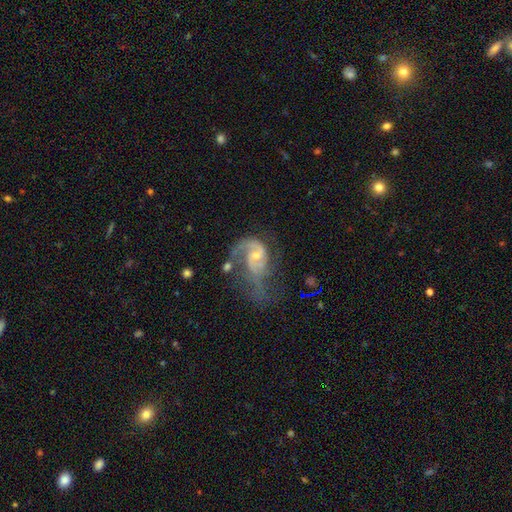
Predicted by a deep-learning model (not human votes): Morphology: type=featured or disk (85%); edge-on=no (98%); bar=no (60%); spiral arms=yes (94%); winding=medium (47%); arm count=2 (59%); bulge=small (56%); merging=major disturbance (46%).